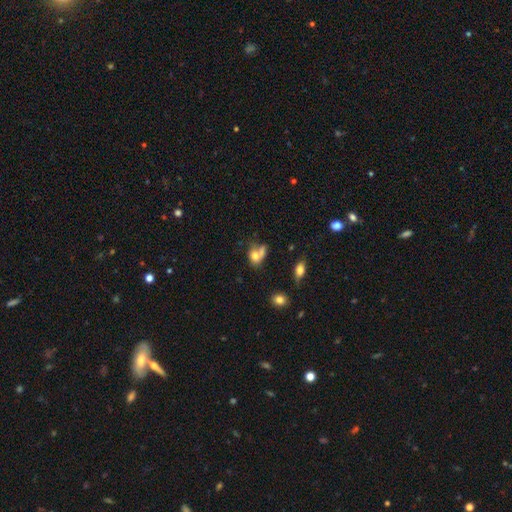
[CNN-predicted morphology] Smooth or featured?
  - smooth: 71% *
  - featured or disk: 17%
  - star or artifact: 11%
How rounded?
  - in between: 55% *
  - round: 43%
  - cigar-shaped: 2%
Merging?
  - merger: 48% *
  - none: 28%
  - minor disturbance: 14%
  - major disturbance: 10%